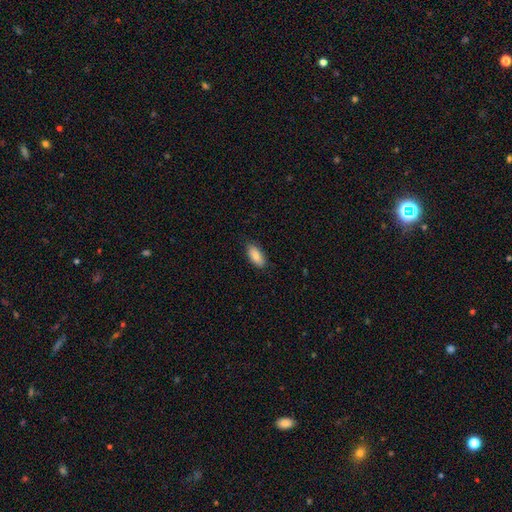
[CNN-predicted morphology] The model was most divided on "merging": none: 85%, minor disturbance: 12%, major disturbance: 2%, merger: 1%. More confident: how rounded — in between (90%); smooth or featured — smooth (85%).